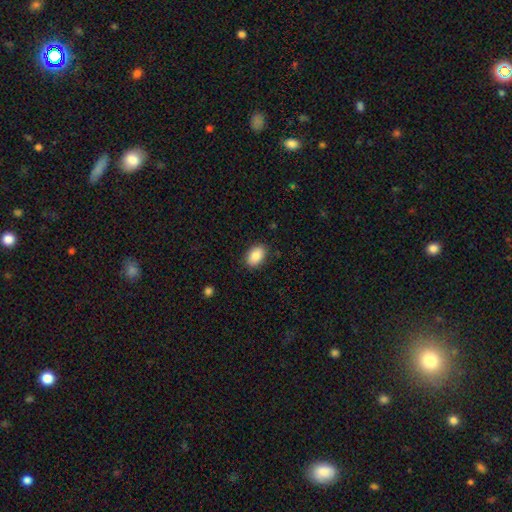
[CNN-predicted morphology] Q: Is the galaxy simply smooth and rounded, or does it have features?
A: smooth — 88%.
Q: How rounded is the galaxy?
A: in between — 88%.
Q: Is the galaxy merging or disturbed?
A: none — 87%.